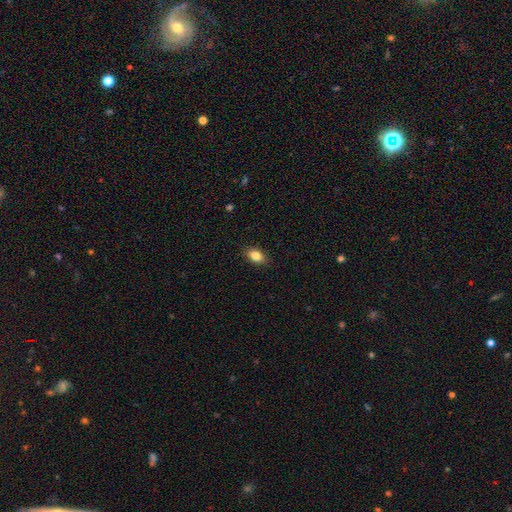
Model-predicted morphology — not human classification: Smooth or featured: smooth — 84% (star or artifact — 8%)
How rounded: in between — 85% (round — 13%)
Merging: none — 87% (minor disturbance — 10%)